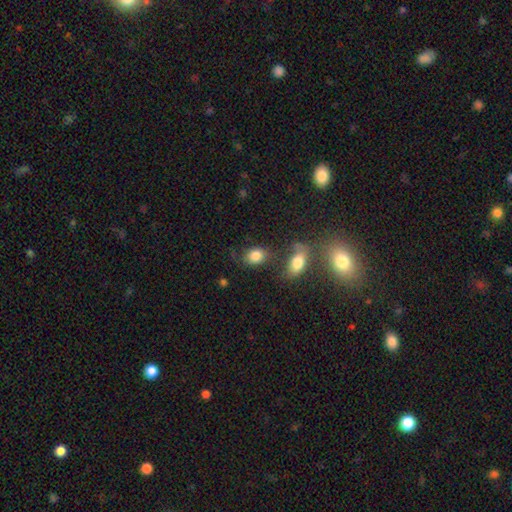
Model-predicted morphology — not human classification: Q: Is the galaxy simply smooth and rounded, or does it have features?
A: smooth — 83%.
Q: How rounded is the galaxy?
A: in between — 67%.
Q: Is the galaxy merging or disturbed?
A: none — 64%.